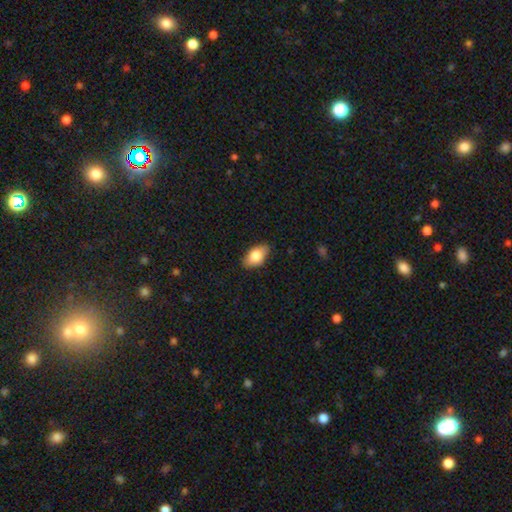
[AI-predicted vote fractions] Smooth or featured? smooth (80%)
How rounded? in between (92%)
Merging? none (84%)